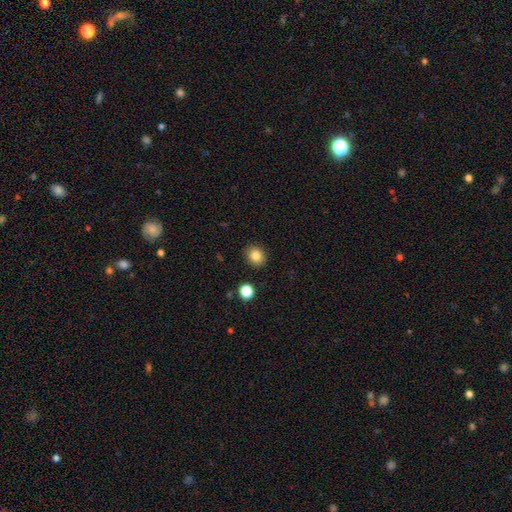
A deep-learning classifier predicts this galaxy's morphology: smooth_or_featured: smooth (p=0.84) [alt: star or artifact p=0.11]
how_rounded: round (p=0.73) [alt: in between p=0.26]
merging: none (p=0.90) [alt: minor disturbance p=0.06]